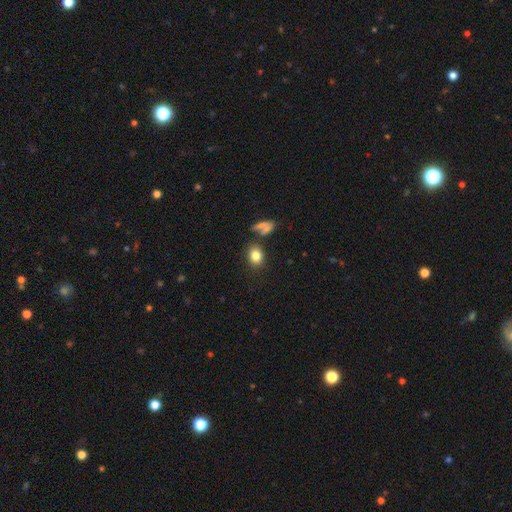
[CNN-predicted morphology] A smooth galaxy with no disk features (82%) that is in between round and cigar-shaped (59%).

Vote fractions:
- Smooth or featured? smooth: 82% / star or artifact: 10% / featured or disk: 9%
- How rounded? in between: 59% / round: 40% / cigar-shaped: 2%
- Merging? none: 71% / minor disturbance: 13% / merger: 12% / major disturbance: 5%